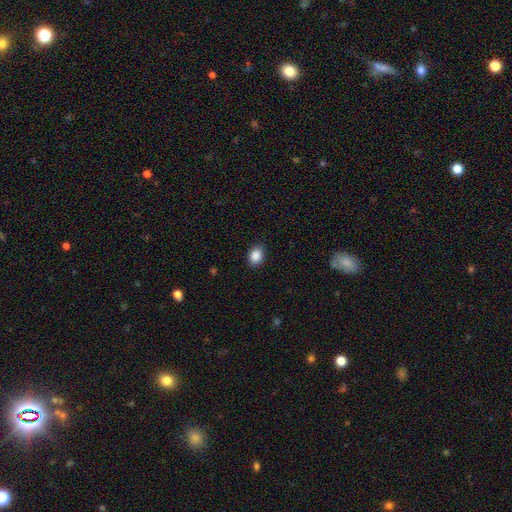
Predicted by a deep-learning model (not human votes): Smooth or featured? Predicted: smooth (p=0.88). How rounded? Predicted: in between (p=0.63). Merging? Predicted: none (p=0.88).